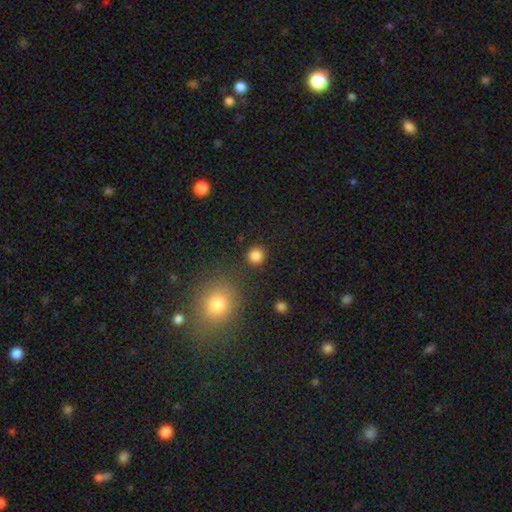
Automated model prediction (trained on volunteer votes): This appears to be a smooth galaxy with no disk features (84%) that is round (92%). Merging: none (89%).